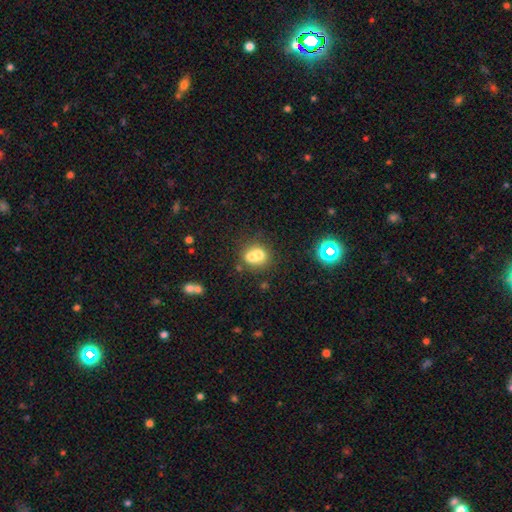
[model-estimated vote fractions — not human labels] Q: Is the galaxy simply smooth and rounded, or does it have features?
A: smooth — 66%.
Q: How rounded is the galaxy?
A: round — 71%.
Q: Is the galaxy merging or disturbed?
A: merger — 60%.